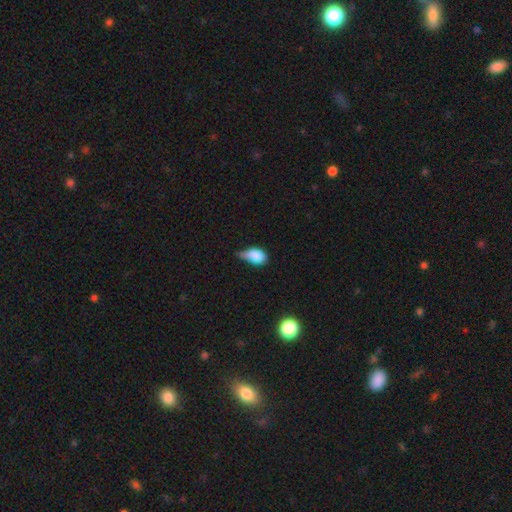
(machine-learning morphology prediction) The model was most divided on "merging": minor disturbance: 50%, major disturbance: 21%, none: 21%, merger: 7%. More confident: smooth or featured — smooth (79%); how rounded — in between (78%).